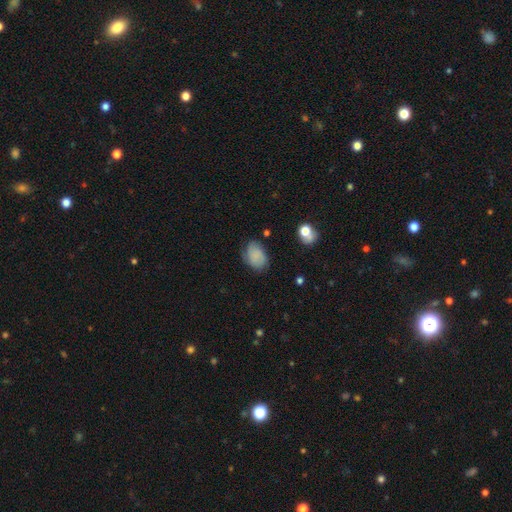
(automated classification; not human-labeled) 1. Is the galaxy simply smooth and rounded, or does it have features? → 73% smooth, 18% featured or disk, 10% star or artifact.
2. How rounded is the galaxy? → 80% in between, 19% round, 1% cigar-shaped.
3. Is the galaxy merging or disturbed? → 66% none, 25% minor disturbance, 7% major disturbance, 2% merger.